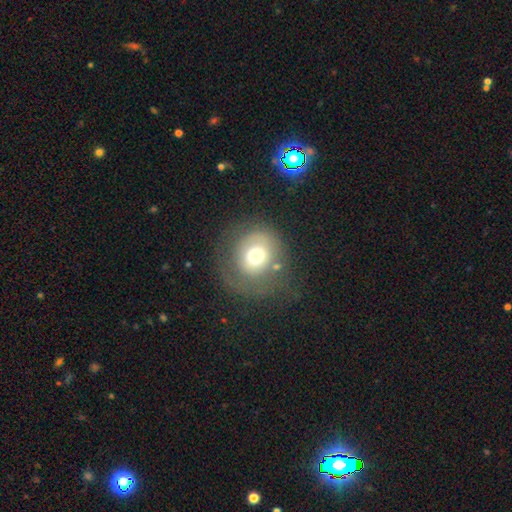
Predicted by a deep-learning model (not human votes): The model was most divided on "smooth or featured": smooth: 63%, featured or disk: 25%, star or artifact: 12%. More confident: how rounded — round (86%); merging — none (60%).